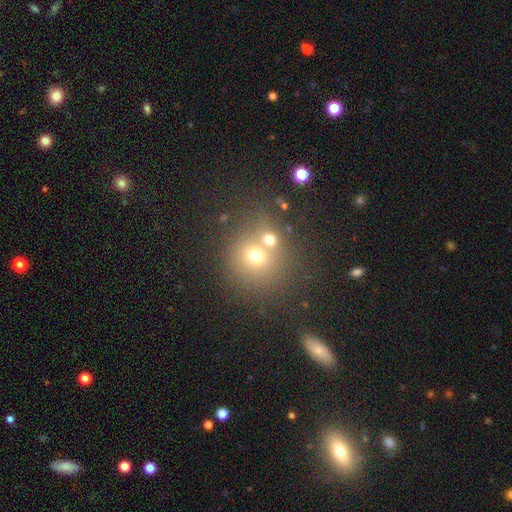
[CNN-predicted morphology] type=smooth (66%); roundness=round (87%); merging=none (52%).